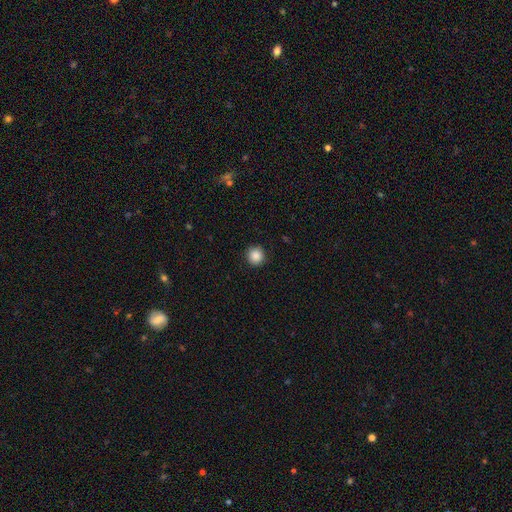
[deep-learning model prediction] smooth 87%, star or artifact 10%, featured or disk 4%. Down the decision tree: how rounded — round (94%); merging — none (91%).